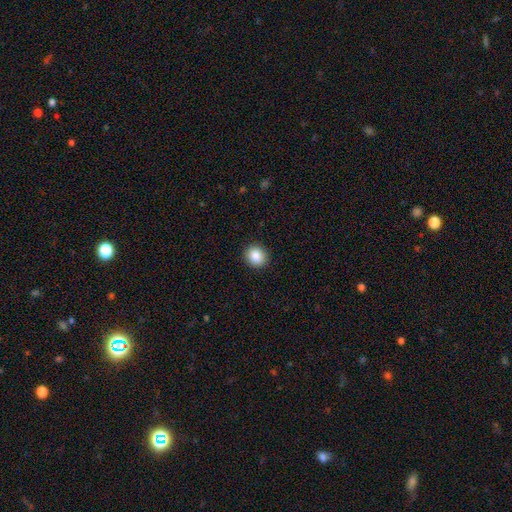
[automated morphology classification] type=smooth (86%); roundness=round (83%); merging=none (92%).